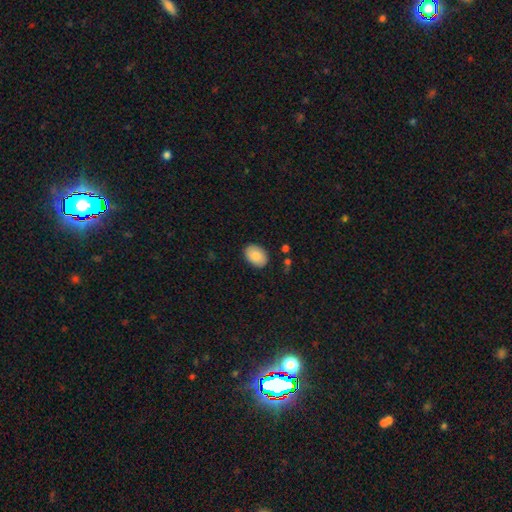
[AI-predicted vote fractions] A smooth galaxy with no disk features (88%) that is in between round and cigar-shaped (79%). Merging: none (86%).